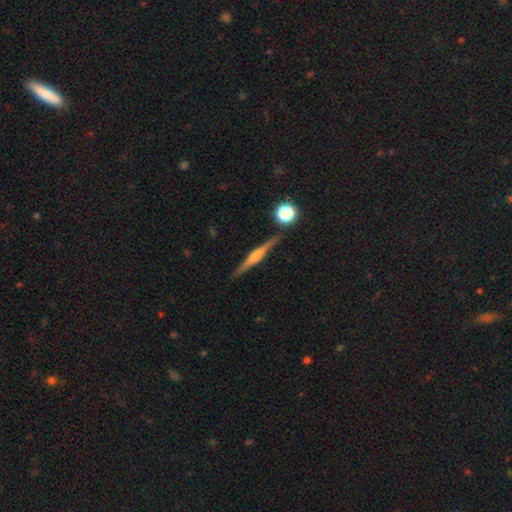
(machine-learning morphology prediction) type=featured or disk (72%); edge-on=yes (98%); edge-on bulge=rounded (74%); merging=none (88%).